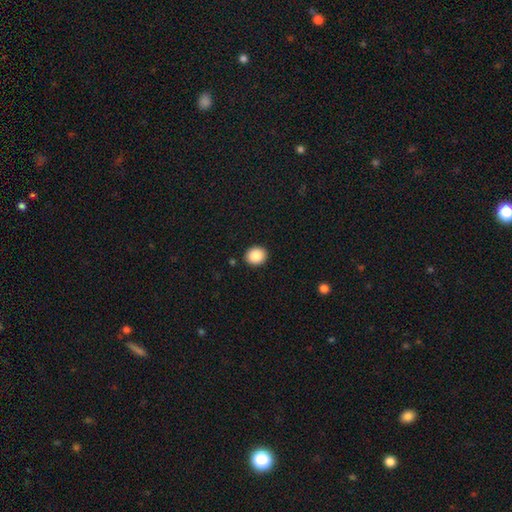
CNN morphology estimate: Smooth or featured: smooth — 88% (star or artifact — 9%)
How rounded: round — 76% (in between — 23%)
Merging: none — 91% (minor disturbance — 6%)